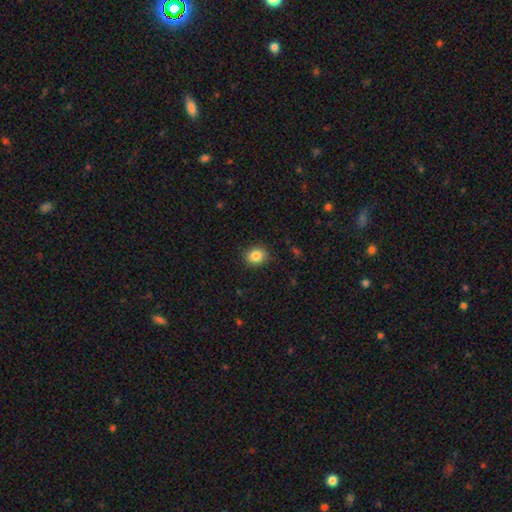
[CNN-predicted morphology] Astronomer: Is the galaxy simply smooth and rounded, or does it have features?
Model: smooth — 85%.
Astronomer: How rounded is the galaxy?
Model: round — 67%.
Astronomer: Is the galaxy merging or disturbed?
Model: none — 87%.